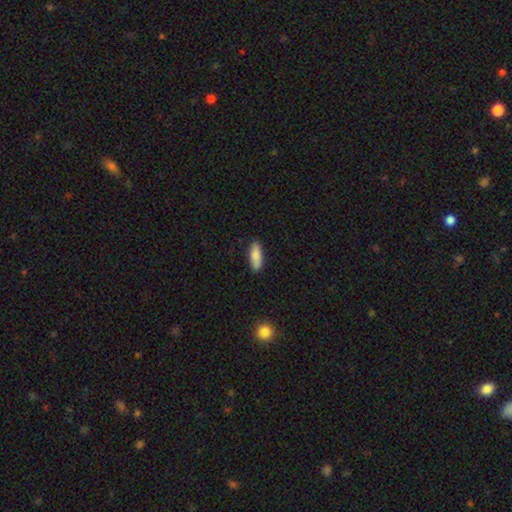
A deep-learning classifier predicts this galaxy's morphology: Smooth or featured?
  - smooth: 86% *
  - featured or disk: 7%
  - star or artifact: 6%
How rounded?
  - in between: 69% *
  - cigar-shaped: 29%
  - round: 2%
Merging?
  - none: 87% *
  - minor disturbance: 10%
  - major disturbance: 2%
  - merger: 1%